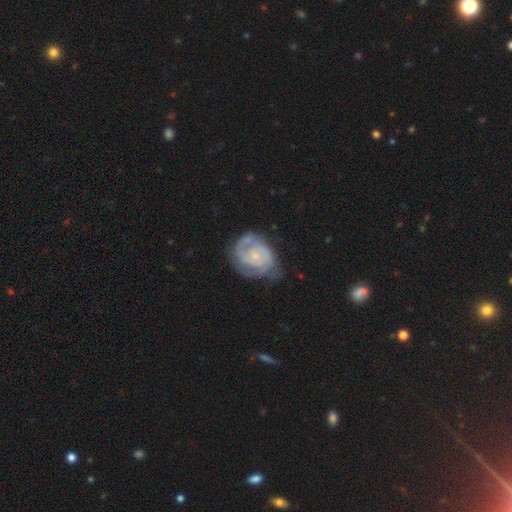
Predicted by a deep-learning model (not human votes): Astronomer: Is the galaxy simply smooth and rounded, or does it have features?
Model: featured or disk — 82%.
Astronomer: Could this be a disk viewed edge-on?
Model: no — 98%.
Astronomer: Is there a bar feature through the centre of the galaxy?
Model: no — 71%.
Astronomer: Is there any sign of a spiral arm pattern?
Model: yes — 94%.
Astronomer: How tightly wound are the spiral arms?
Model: tight — 64%.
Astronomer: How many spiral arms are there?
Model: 2 — 50%.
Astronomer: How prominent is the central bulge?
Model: small — 72%.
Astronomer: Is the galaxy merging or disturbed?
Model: none — 59%.